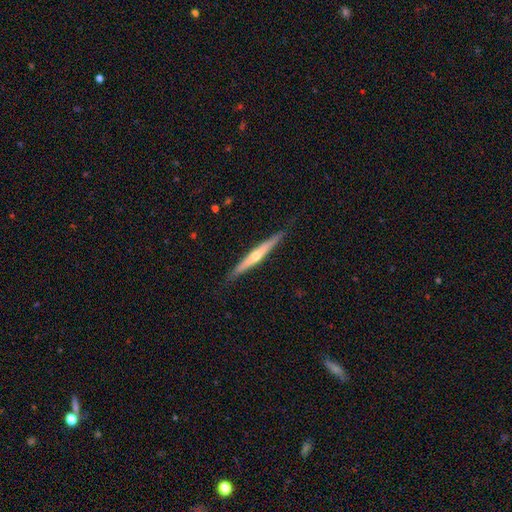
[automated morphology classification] featured or disk 70%, smooth 25%, star or artifact 5%. Down the decision tree: edge-on disk — yes (97%); edge-on bulge — rounded (79%); merging — none (88%).